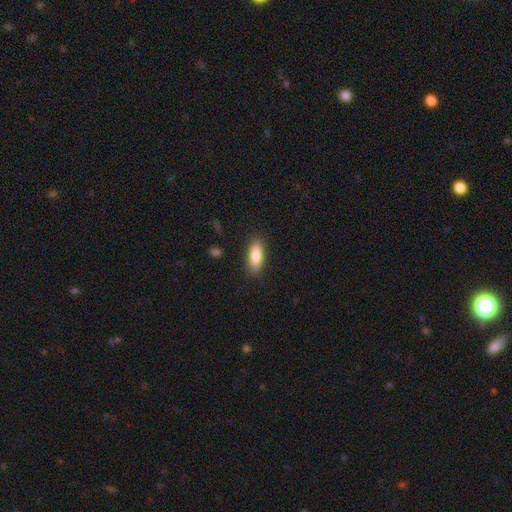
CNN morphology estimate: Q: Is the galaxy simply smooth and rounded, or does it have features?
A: smooth — 82%.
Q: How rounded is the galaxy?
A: in between — 72%.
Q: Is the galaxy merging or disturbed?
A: none — 86%.